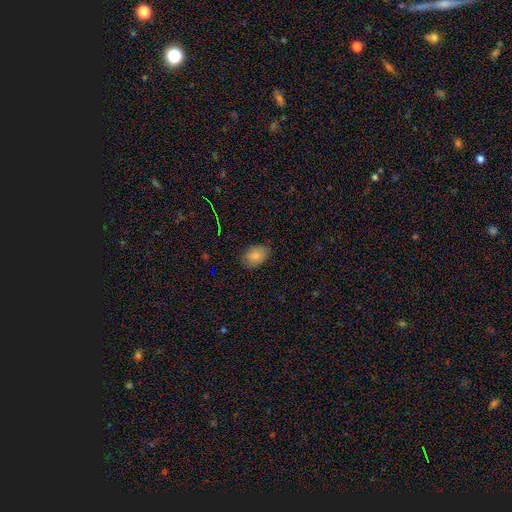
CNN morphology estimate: Q: Smooth or featured?
A: smooth (84%); runner-up: star or artifact (10%)
Q: How rounded?
A: in between (79%); runner-up: round (20%)
Q: Merging?
A: none (83%); runner-up: minor disturbance (13%)